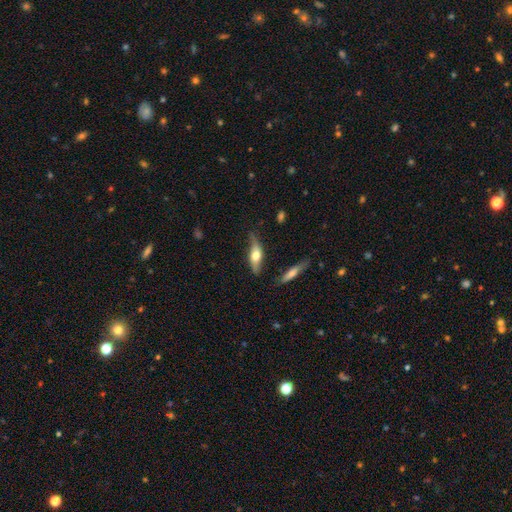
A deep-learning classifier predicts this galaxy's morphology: featured or disk 49%, smooth 45%, star or artifact 6%. Down the decision tree: merging — none (63%).